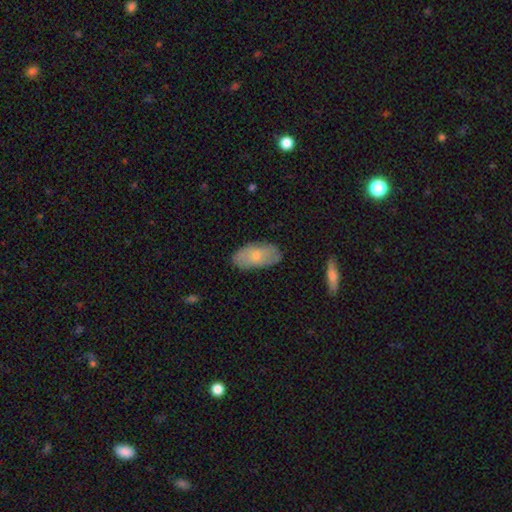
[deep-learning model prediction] Smooth or featured? smooth (69%)
How rounded? in between (94%)
Merging? none (79%)